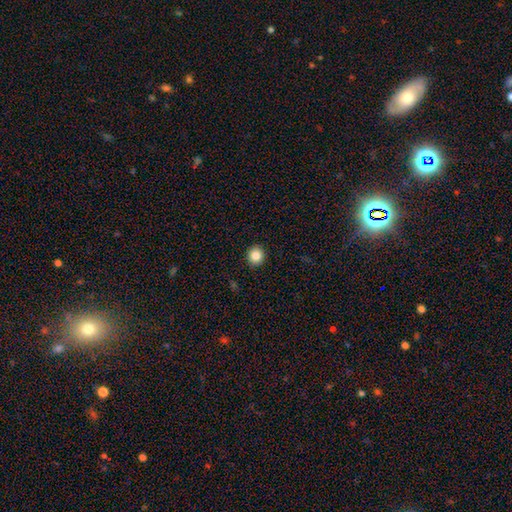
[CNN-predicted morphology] This appears to be a smooth galaxy with no disk features (85%) that is round (89%). Merging: none (92%).